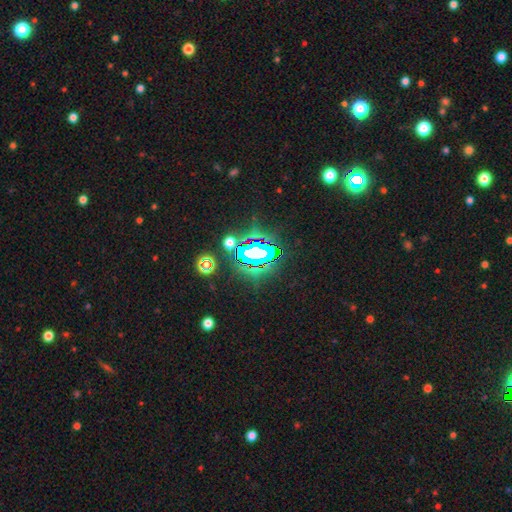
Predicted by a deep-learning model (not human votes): smooth_or_featured: star or artifact (p=0.73) [alt: smooth p=0.15]